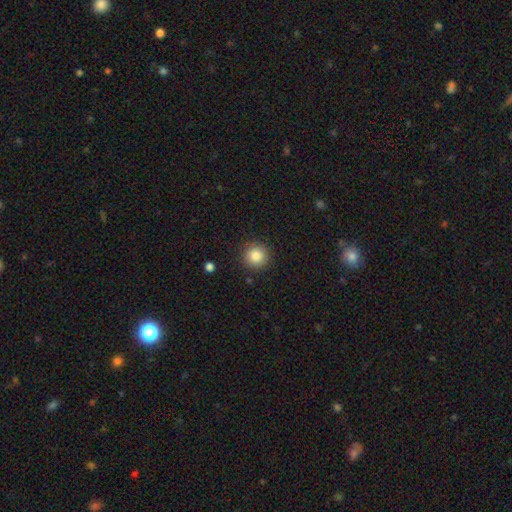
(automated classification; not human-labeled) This is clearly a smooth galaxy (85%). How rounded: clearly round (94%). Merging: clearly none (90%).